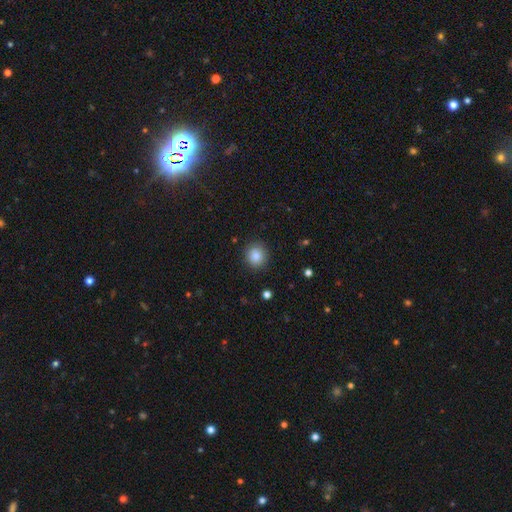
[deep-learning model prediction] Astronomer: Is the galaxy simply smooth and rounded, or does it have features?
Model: smooth — 83%.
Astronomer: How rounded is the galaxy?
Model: round — 87%.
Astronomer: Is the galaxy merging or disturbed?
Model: none — 89%.